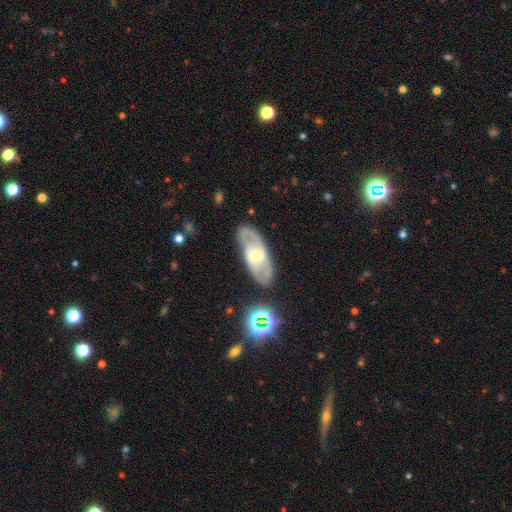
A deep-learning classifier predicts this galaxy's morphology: Smooth or featured? featured or disk (69%)
Edge-on disk? no (85%)
Bar? weak (43%)
Spiral arms? yes (63%)
Bulge size? moderate (51%)
Merging? none (82%)